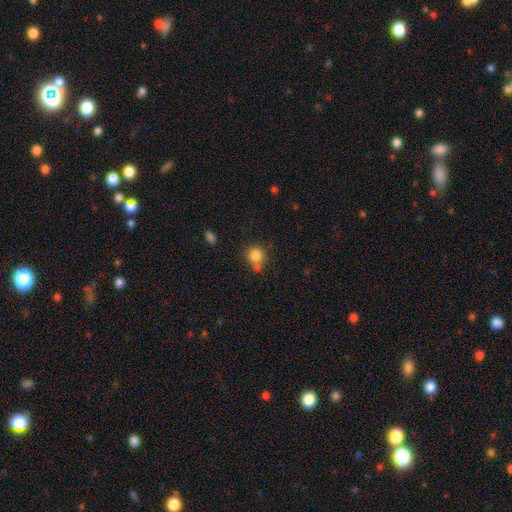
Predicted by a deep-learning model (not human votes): Smooth or featured? Predicted: smooth (p=0.82). How rounded? Predicted: round (p=0.80). Merging? Predicted: none (p=0.52).